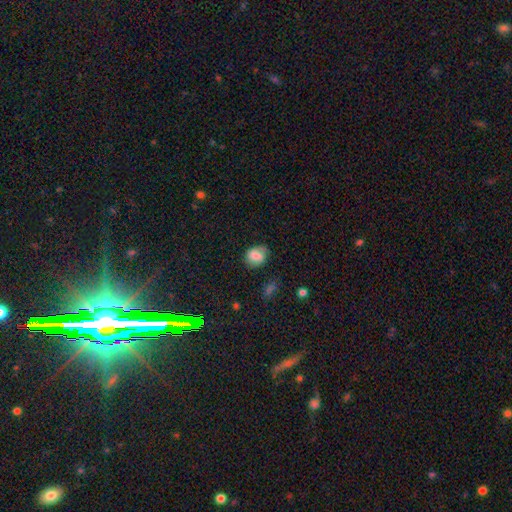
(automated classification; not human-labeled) smooth 72%, featured or disk 18%, star or artifact 10%. Down the decision tree: how rounded — in between (51%); merging — none (63%).